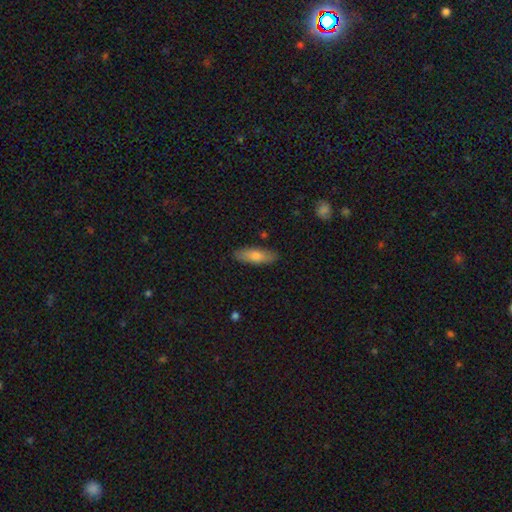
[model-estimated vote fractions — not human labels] smooth-or-featured: smooth: 72% | featured or disk: 22% | star or artifact: 6%
  how-rounded: in between: 55% | cigar-shaped: 43% | round: 2%
  merging: none: 87% | minor disturbance: 10% | major disturbance: 2% | merger: 1%